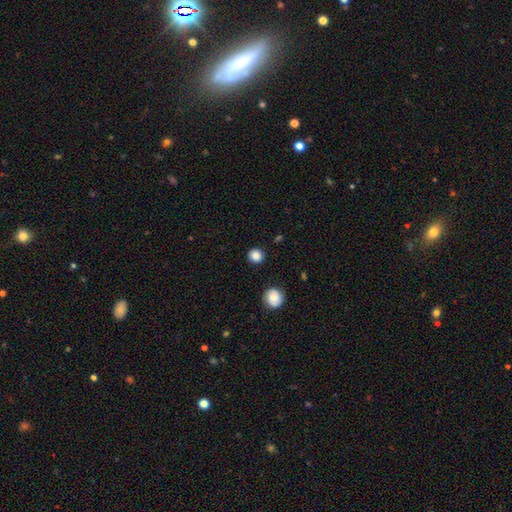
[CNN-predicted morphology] The model was most divided on "smooth or featured": smooth: 86%, star or artifact: 10%, featured or disk: 4%. More confident: merging — none (89%); how rounded — round (88%).